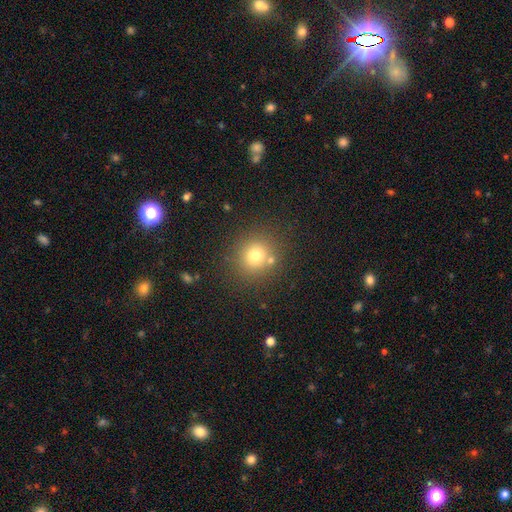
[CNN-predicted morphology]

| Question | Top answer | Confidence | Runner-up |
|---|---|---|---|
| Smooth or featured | smooth | 75% | star or artifact (15%) |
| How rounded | round | 85% | in between (14%) |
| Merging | none | 77% | merger (10%) |